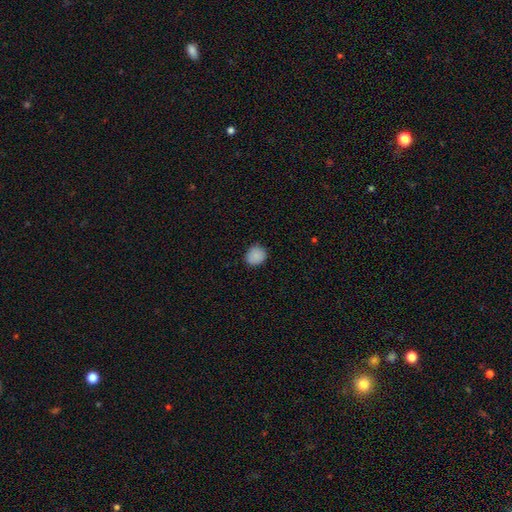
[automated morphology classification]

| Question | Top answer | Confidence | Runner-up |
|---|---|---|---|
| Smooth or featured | smooth | 87% | star or artifact (8%) |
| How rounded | round | 83% | in between (16%) |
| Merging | none | 86% | minor disturbance (11%) |